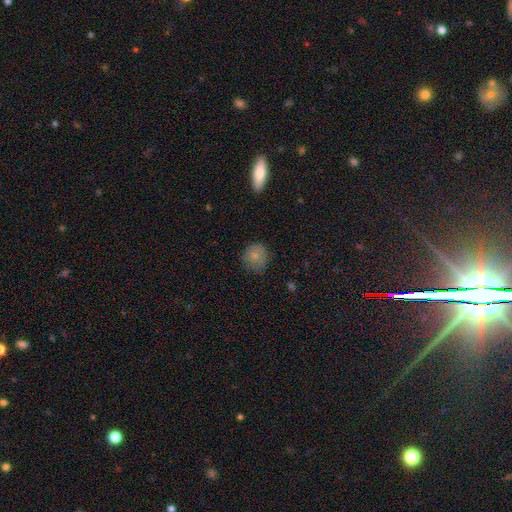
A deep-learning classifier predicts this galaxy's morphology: type=smooth (78%); roundness=round (86%); merging=none (73%).